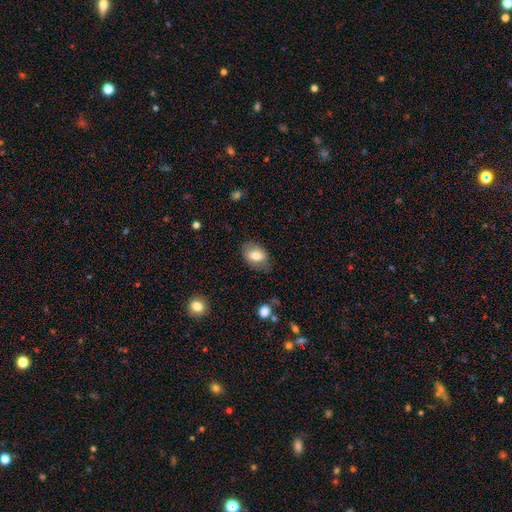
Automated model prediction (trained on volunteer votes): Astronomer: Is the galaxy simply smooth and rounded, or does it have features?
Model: smooth — 74%.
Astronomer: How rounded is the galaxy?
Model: in between — 87%.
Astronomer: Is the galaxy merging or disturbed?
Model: none — 72%.